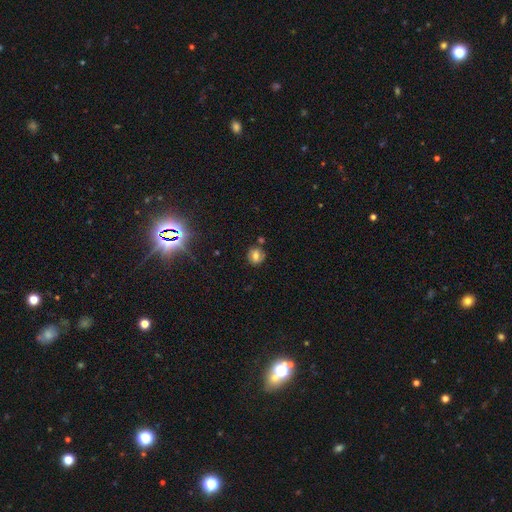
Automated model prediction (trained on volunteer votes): Q: Smooth or featured?
A: smooth (62%); runner-up: featured or disk (24%)
Q: How rounded?
A: round (79%); runner-up: in between (20%)
Q: Merging?
A: none (77%); runner-up: minor disturbance (13%)